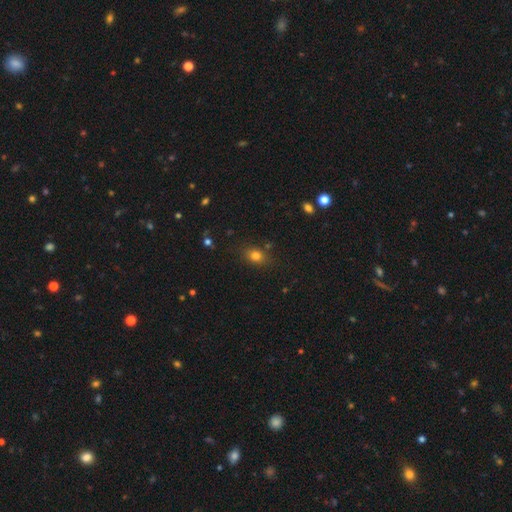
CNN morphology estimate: Smooth or featured? Predicted: smooth (p=0.78). How rounded? Predicted: in between (p=0.57). Merging? Predicted: none (p=0.79).